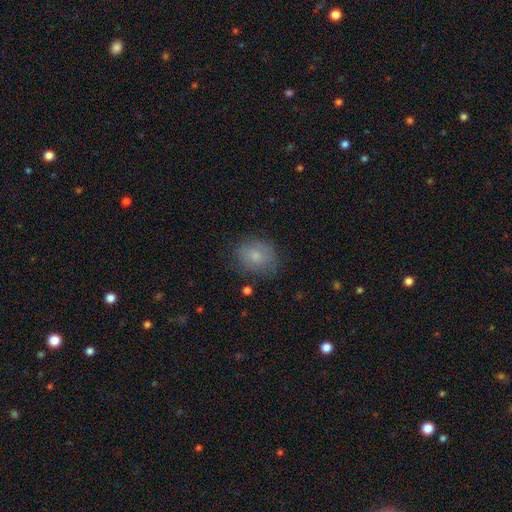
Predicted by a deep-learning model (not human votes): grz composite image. It shows a smooth galaxy with no disk features (74%) that is round (53%). Merging: none (73%).